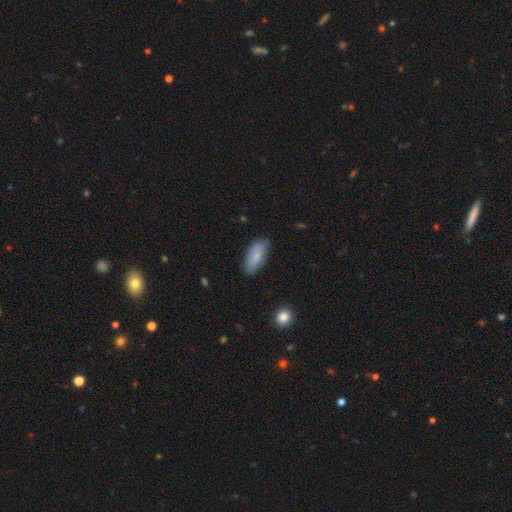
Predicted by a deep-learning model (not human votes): A smooth galaxy with no disk features (82%) that is in between round and cigar-shaped (86%). Merging: none (78%).